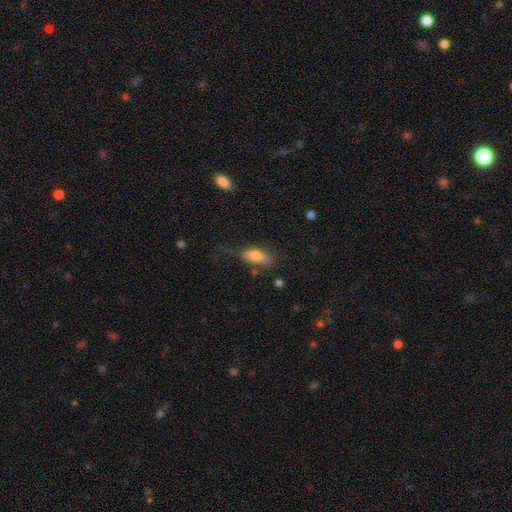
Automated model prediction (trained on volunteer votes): Smooth or featured? smooth (77%)
How rounded? in between (81%)
Merging? none (49%)